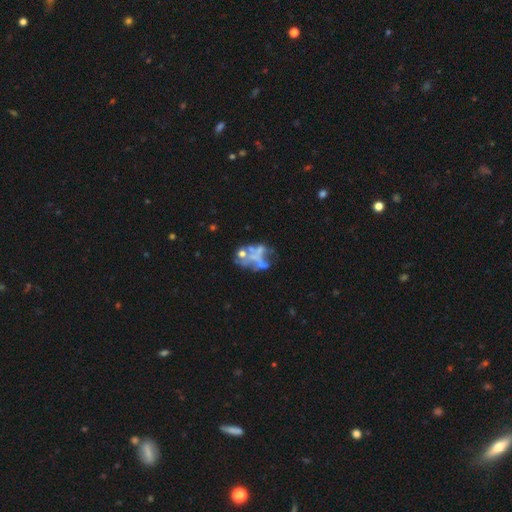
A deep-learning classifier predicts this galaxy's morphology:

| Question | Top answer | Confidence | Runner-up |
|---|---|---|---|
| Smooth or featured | featured or disk | 65% | smooth (19%) |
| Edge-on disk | no | 98% | yes (2%) |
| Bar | no | 93% | weak (5%) |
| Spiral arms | no | 93% | yes (7%) |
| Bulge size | none | 80% | small (9%) |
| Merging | none | 33% | major disturbance (31%) |